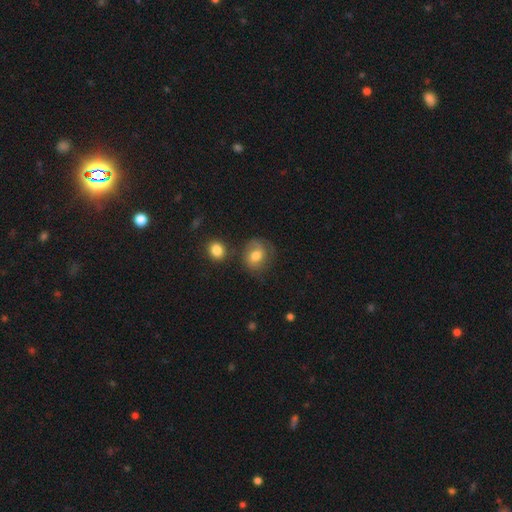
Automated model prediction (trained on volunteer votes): Smooth or featured?
  - smooth: 59% *
  - featured or disk: 31%
  - star or artifact: 9%
How rounded?
  - round: 67% *
  - in between: 32%
  - cigar-shaped: 1%
Merging?
  - none: 63% *
  - minor disturbance: 21%
  - major disturbance: 10%
  - merger: 6%